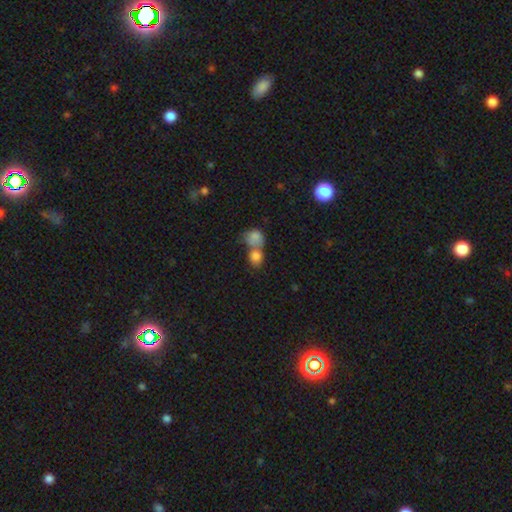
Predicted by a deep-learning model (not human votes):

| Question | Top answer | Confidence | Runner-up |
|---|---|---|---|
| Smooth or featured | smooth | 82% | star or artifact (9%) |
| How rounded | round | 58% | in between (40%) |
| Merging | merger | 61% | none (28%) |